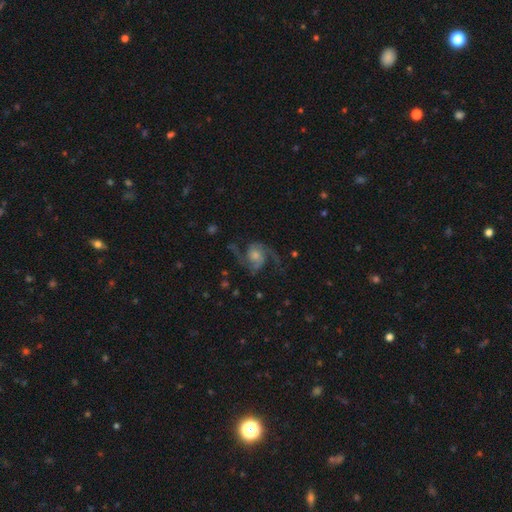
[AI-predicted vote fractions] A featured or disk galaxy (86%) with no bar (68%), 2 (88%) loose (46%) spiral arms (97%) and a moderate central bulge (42%).

Vote fractions:
- Smooth or featured? featured or disk: 86% / smooth: 8% / star or artifact: 6%
- Edge-on disk? no: 98% / yes: 2%
- Bar? no: 68% / weak: 26% / strong: 5%
- Spiral arms? yes: 97% / no: 3%
- Spiral winding? loose: 46% / medium: 44% / tight: 10%
- Spiral arm count? 2: 88% / 3: 4% / can't tell: 3% / 1: 2% / 4: 2% / more than 4: 2%
- Bulge size? moderate: 42% / small: 24% / large: 20% / none: 11% / dominant: 3%
- Merging? none: 66% / minor disturbance: 16% / major disturbance: 15% / merger: 2%